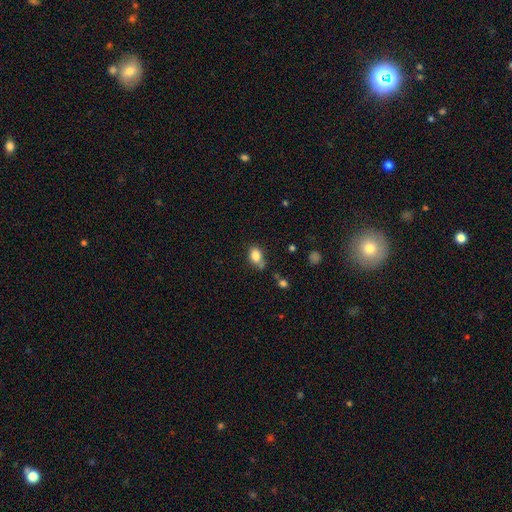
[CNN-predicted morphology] Smooth or featured: smooth — 83% (star or artifact — 10%)
How rounded: in between — 76% (round — 22%)
Merging: none — 57% (minor disturbance — 28%)